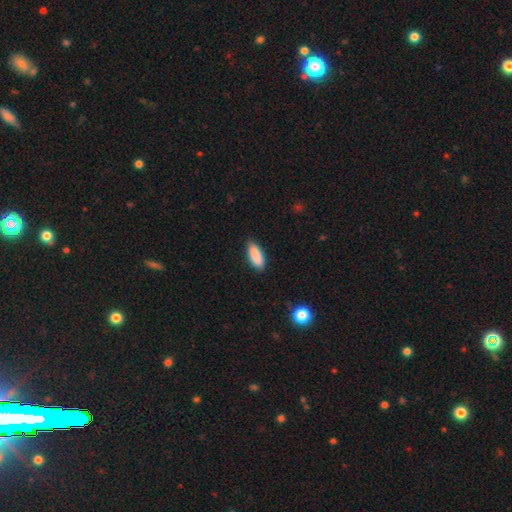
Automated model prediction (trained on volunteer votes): Q: Smooth or featured?
A: smooth (89%); runner-up: star or artifact (6%)
Q: How rounded?
A: in between (78%); runner-up: cigar-shaped (20%)
Q: Merging?
A: none (82%); runner-up: minor disturbance (14%)